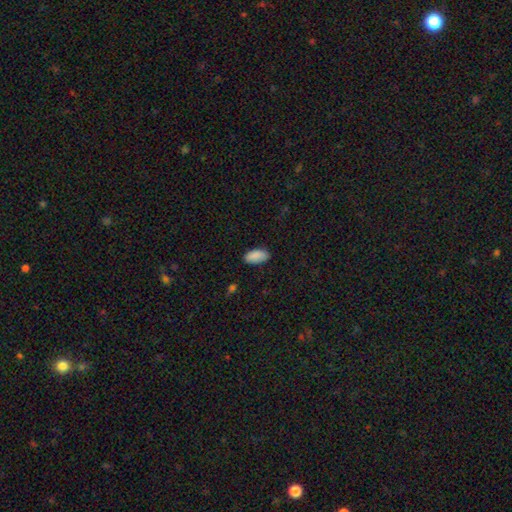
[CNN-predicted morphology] Overall: smooth (90%). How rounded: in between (94%). Merging: none (85%).